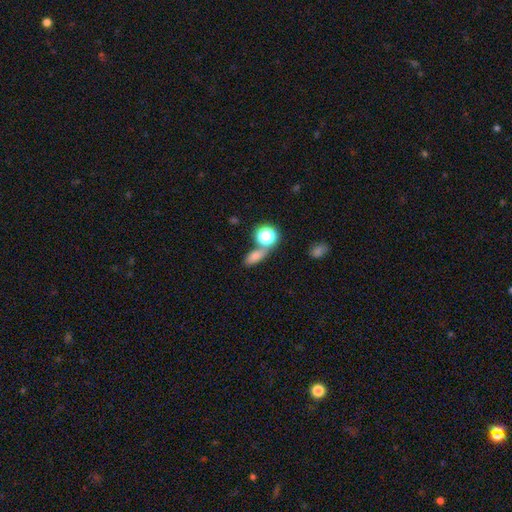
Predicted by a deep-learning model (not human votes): Smooth or featured?
  - smooth: 71% *
  - star or artifact: 19%
  - featured or disk: 11%
How rounded?
  - in between: 66% *
  - round: 22%
  - cigar-shaped: 12%
Merging?
  - none: 55% *
  - merger: 27%
  - minor disturbance: 12%
  - major disturbance: 6%